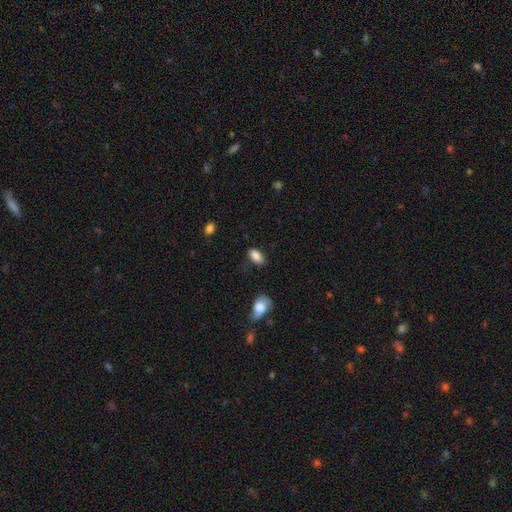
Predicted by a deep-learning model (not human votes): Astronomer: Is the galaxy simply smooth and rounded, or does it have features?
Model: smooth — 86%.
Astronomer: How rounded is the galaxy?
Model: in between — 90%.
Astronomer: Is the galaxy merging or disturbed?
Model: none — 74%.